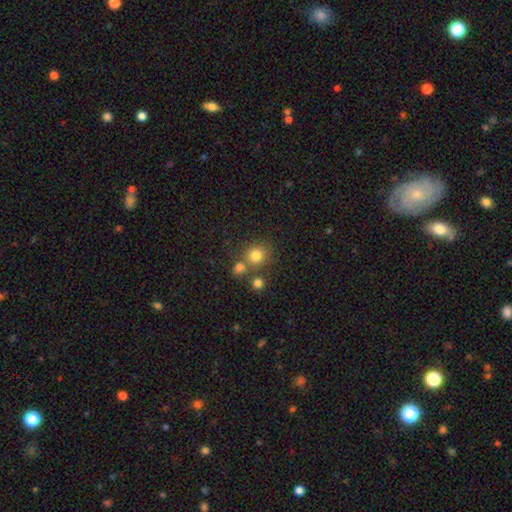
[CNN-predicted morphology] Smooth or featured: smooth — 78% (star or artifact — 14%)
How rounded: round — 86% (in between — 14%)
Merging: none — 63% (merger — 23%)